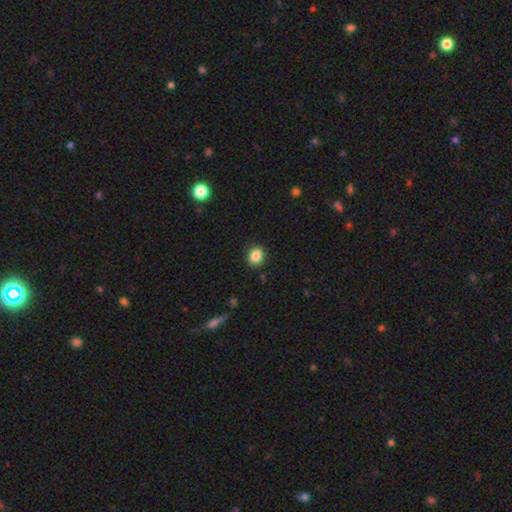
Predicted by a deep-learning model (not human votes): smooth 85%, star or artifact 10%, featured or disk 5%. Down the decision tree: how rounded — round (67%); merging — none (89%).